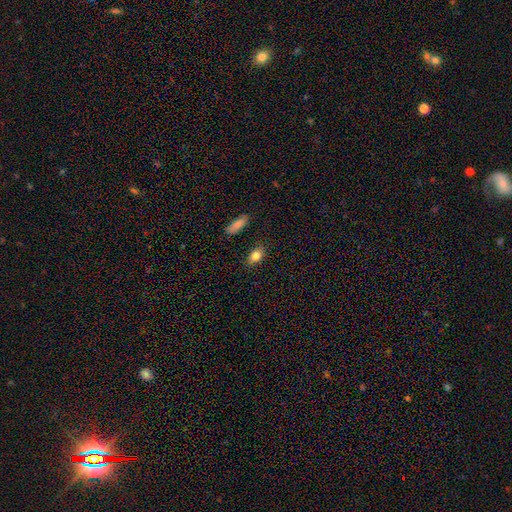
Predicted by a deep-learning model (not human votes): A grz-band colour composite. It shows a smooth galaxy with no disk features (83%) that is in between round and cigar-shaped (85%). Merging: none (84%).